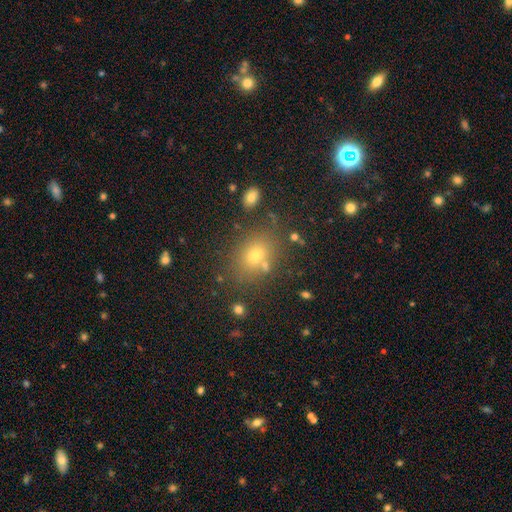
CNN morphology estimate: The model was most divided on "how rounded": in between: 60%, round: 39%, cigar-shaped: 2%. More confident: merging — none (74%); smooth or featured — smooth (68%).